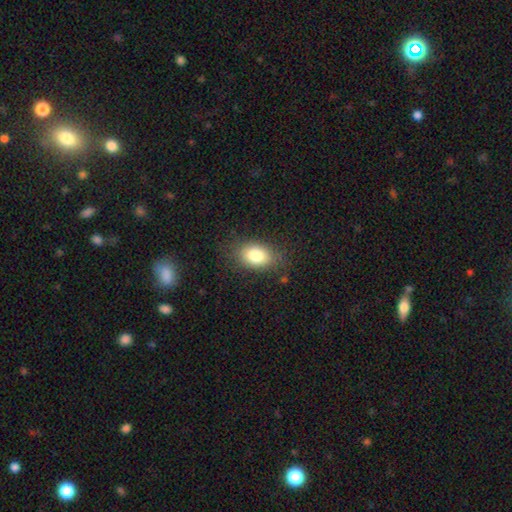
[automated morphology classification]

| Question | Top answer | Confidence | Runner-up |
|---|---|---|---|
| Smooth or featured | smooth | 81% | featured or disk (10%) |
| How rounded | in between | 82% | round (17%) |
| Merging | none | 80% | minor disturbance (14%) |